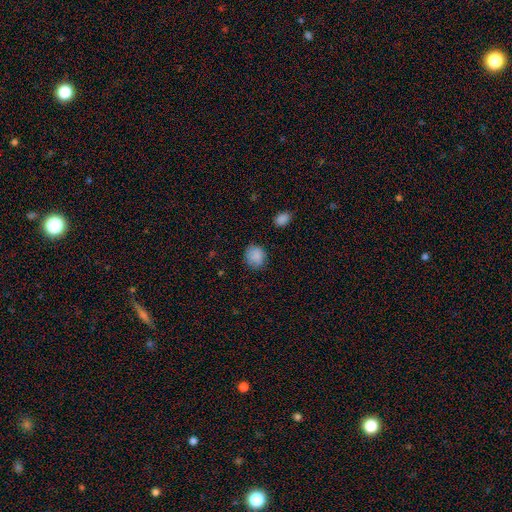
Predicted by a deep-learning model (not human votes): A smooth galaxy with no disk features (86%) that is round (74%). Merging: none (81%).